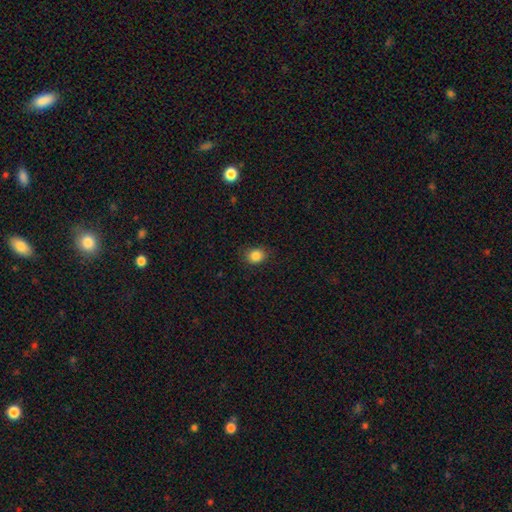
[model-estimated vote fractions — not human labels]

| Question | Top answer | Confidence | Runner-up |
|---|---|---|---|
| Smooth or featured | smooth | 86% | star or artifact (10%) |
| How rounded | round | 61% | in between (38%) |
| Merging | none | 83% | minor disturbance (13%) |